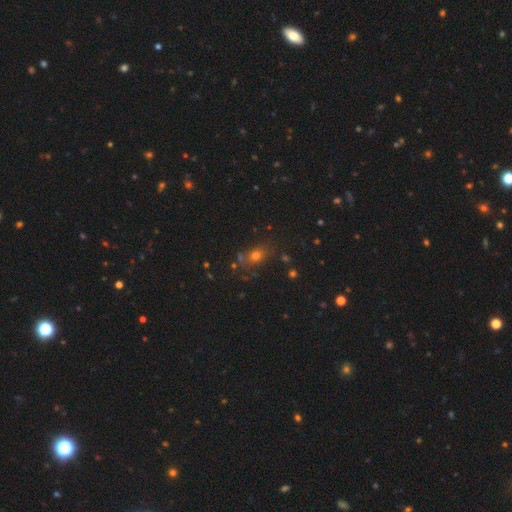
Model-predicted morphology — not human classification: Smooth or featured: smooth — 64% (star or artifact — 25%)
How rounded: round — 49% (in between — 47%)
Merging: none — 72% (minor disturbance — 15%)